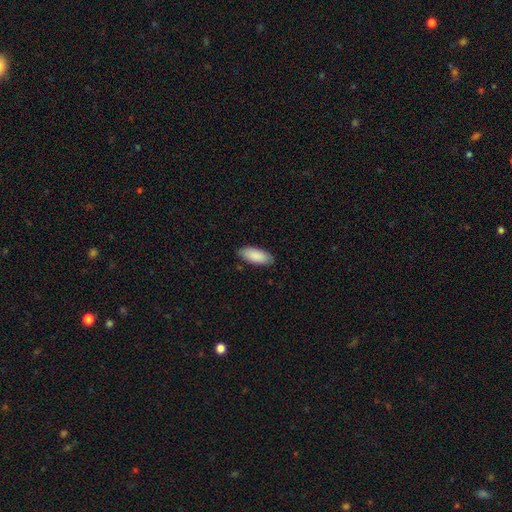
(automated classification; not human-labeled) Smooth or featured?
  - smooth: 89% *
  - star or artifact: 5%
  - featured or disk: 5%
How rounded?
  - in between: 85% *
  - cigar-shaped: 13%
  - round: 1%
Merging?
  - none: 85% *
  - minor disturbance: 11%
  - major disturbance: 2%
  - merger: 1%